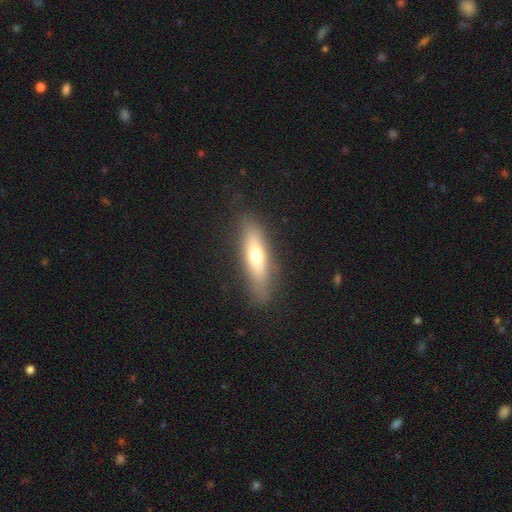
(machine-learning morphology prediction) type=smooth (60%); roundness=cigar-shaped (68%); merging=none (82%).